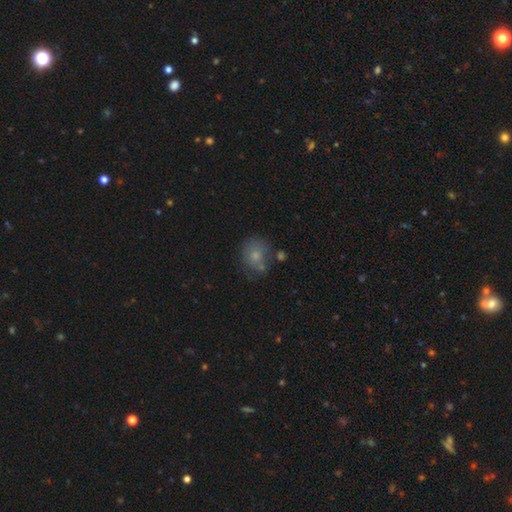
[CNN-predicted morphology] A smooth galaxy with no disk features (69%) that is round (67%). Merging: none (56%).